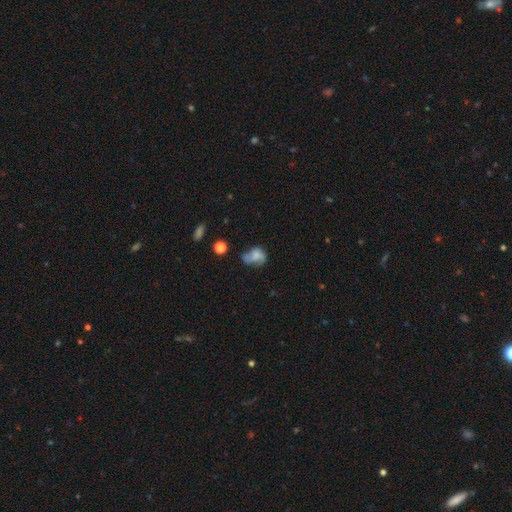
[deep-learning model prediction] smooth-or-featured: smooth: 50% | featured or disk: 39% | star or artifact: 11%
  how-rounded: in between: 71% | round: 28% | cigar-shaped: 2%
  merging: none: 39% | minor disturbance: 31% | major disturbance: 24% | merger: 6%